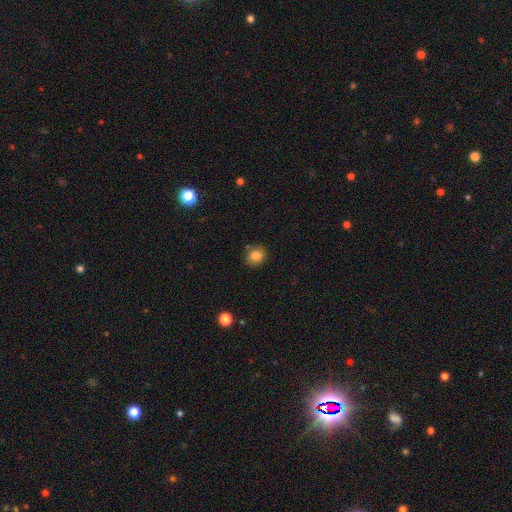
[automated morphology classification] type=smooth (83%); roundness=round (71%); merging=none (79%).